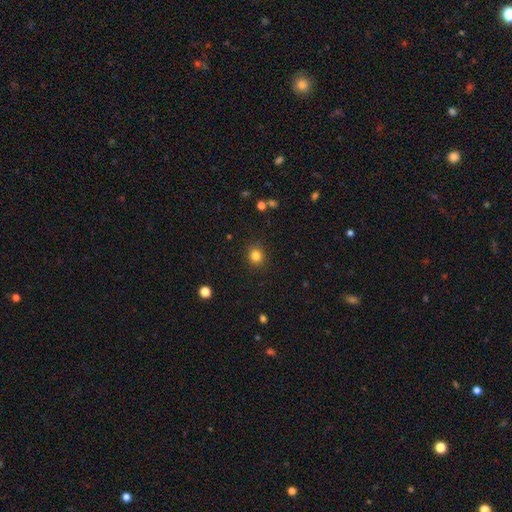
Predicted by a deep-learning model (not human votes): This is clearly a smooth galaxy (83%). How rounded: clearly round (83%). Merging: clearly none (89%).